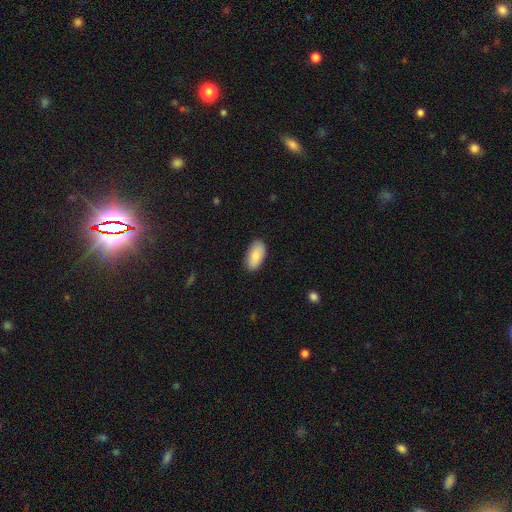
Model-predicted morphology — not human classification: smooth-or-featured: smooth: 84% | featured or disk: 10% | star or artifact: 6%
  how-rounded: in between: 94% | cigar-shaped: 3% | round: 3%
  merging: none: 87% | minor disturbance: 10% | major disturbance: 2% | merger: 1%